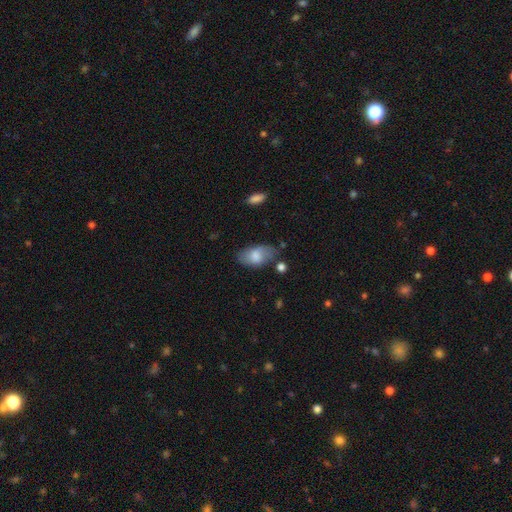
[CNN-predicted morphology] This appears to be a smooth galaxy with no disk features (73%) that is in between round and cigar-shaped (93%). Merging: none (65%).